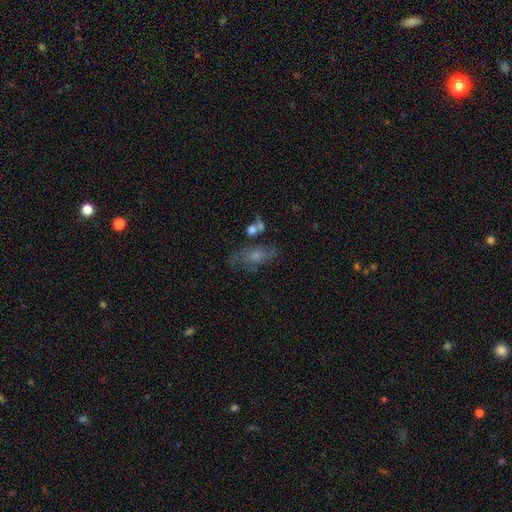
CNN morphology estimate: A featured or disk galaxy (46%).

Vote fractions:
- Smooth or featured? featured or disk: 46% / smooth: 40% / star or artifact: 14%
- Merging? none: 49% / minor disturbance: 22% / major disturbance: 18% / merger: 12%